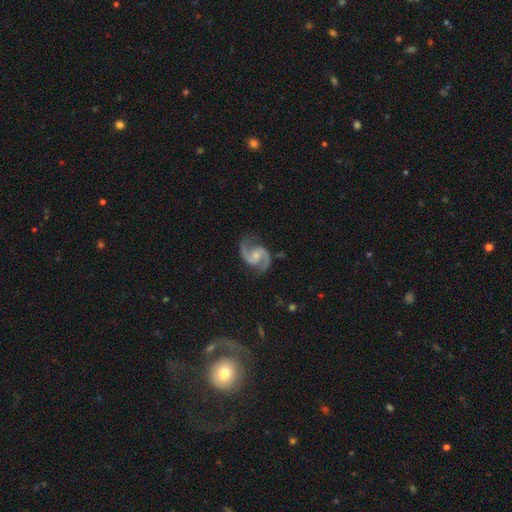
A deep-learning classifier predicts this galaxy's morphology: The model was most divided on "bar": no: 52%, weak: 39%, strong: 9%. More confident: edge-on disk — no (98%); spiral arms — yes (98%); spiral arm count — 2 (95%); smooth or featured — featured or disk (93%); merging — none (82%); spiral winding — medium (62%); bulge size — small (51%).